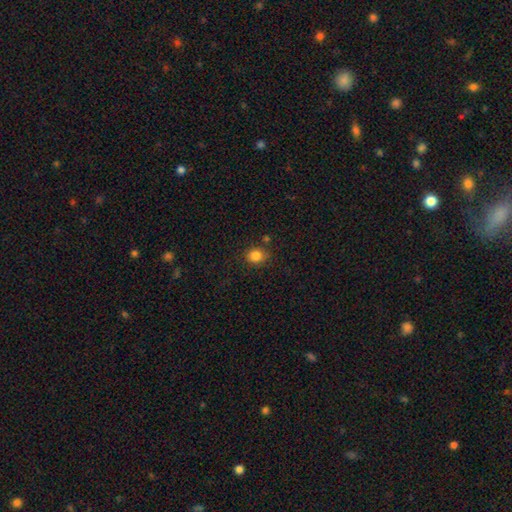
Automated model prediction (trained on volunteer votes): The model was most divided on "how rounded": round: 74%, in between: 25%, cigar-shaped: 1%. More confident: smooth or featured — smooth (84%); merging — none (80%).